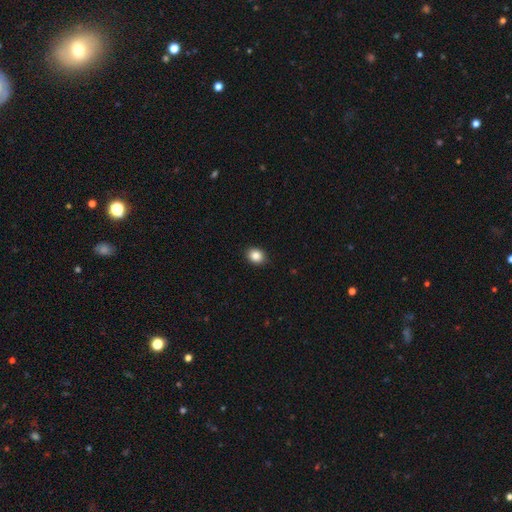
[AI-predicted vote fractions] Smooth or featured: smooth — 85% (star or artifact — 10%)
How rounded: round — 58% (in between — 41%)
Merging: none — 90% (minor disturbance — 8%)